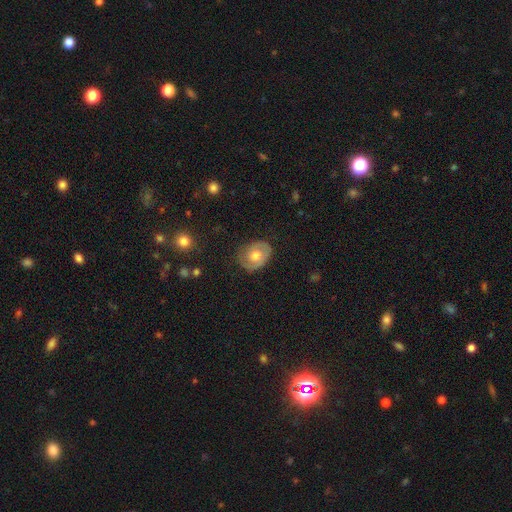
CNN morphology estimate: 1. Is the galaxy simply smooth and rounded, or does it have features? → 51% featured or disk, 41% smooth, 7% star or artifact.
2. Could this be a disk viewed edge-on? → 95% no, 5% yes.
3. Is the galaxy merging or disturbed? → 73% none, 20% minor disturbance, 6% major disturbance, 1% merger.